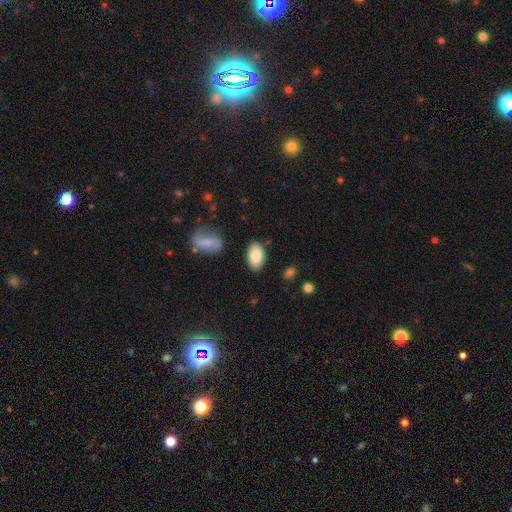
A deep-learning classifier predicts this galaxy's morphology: This appears to be a smooth galaxy with no disk features (82%) that is in between round and cigar-shaped (94%). Merging: none (84%).